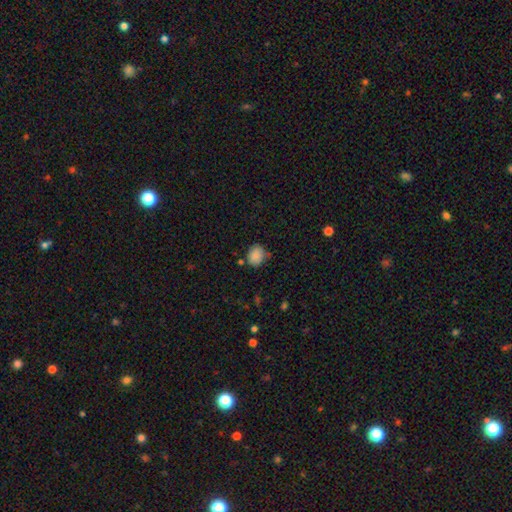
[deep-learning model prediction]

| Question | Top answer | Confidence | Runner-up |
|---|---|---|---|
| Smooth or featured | smooth | 86% | star or artifact (9%) |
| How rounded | round | 54% | in between (45%) |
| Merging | none | 69% | minor disturbance (21%) |